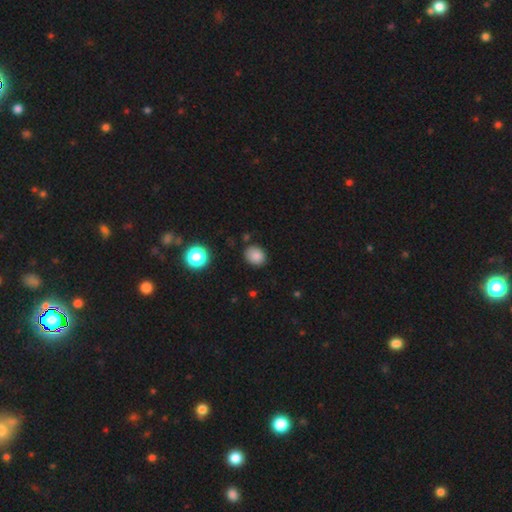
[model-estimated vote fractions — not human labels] This appears to be a smooth galaxy with no disk features (84%) that is round (54%). Merging: none (83%).